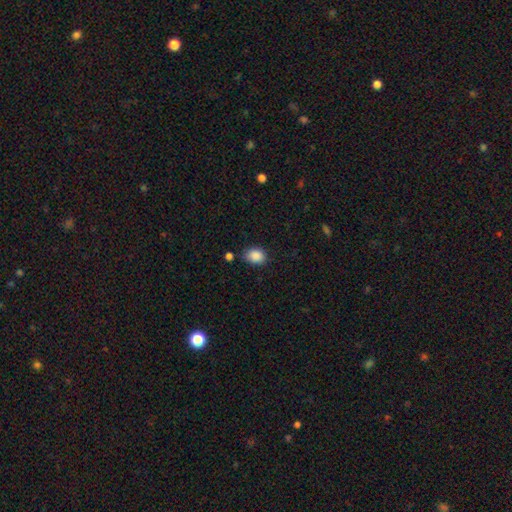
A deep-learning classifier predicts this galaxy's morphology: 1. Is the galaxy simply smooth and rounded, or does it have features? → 88% smooth, 9% star or artifact, 3% featured or disk.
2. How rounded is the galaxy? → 57% in between, 42% round, 1% cigar-shaped.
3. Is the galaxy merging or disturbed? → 74% none, 18% minor disturbance, 4% merger, 4% major disturbance.